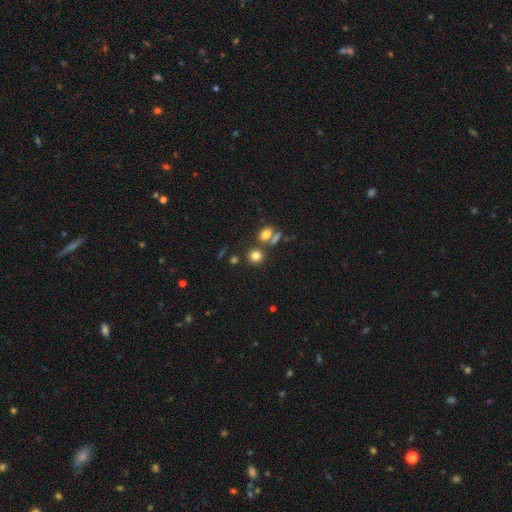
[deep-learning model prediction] This is likely a smooth galaxy (77%). How rounded: clearly round (82%). Merging: likely none (70%).